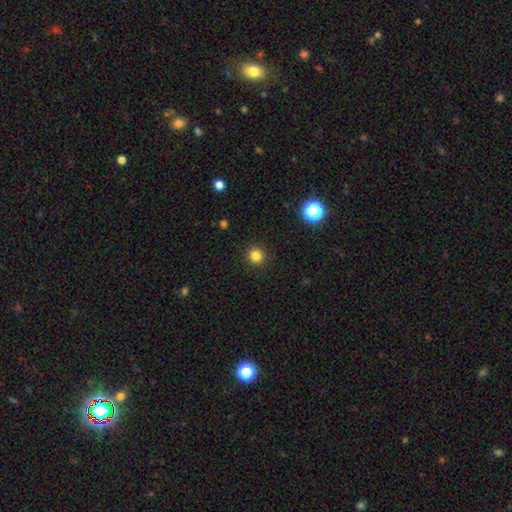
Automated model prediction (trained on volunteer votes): This is clearly a smooth galaxy (82%). How rounded: clearly round (94%). Merging: clearly none (92%).